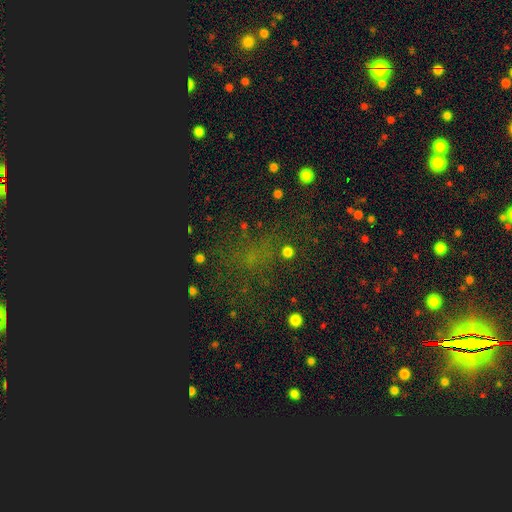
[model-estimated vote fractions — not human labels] A star or artifact, not a galaxy (59%).

Vote fractions:
- Smooth or featured? star or artifact: 59% / smooth: 28% / featured or disk: 13%